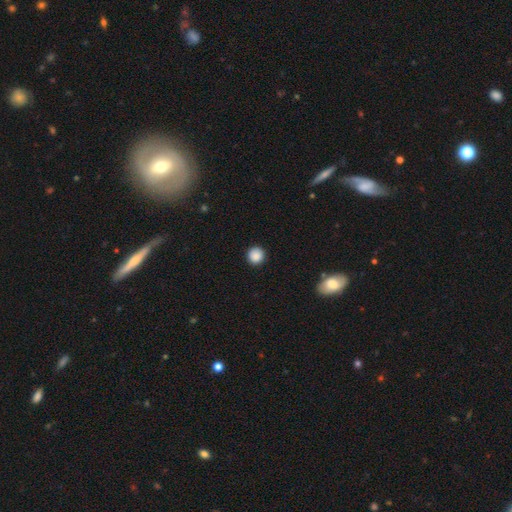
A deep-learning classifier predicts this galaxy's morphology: smooth-or-featured: smooth: 88% | star or artifact: 9% | featured or disk: 3%
  how-rounded: round: 95% | in between: 4% | cigar-shaped: 1%
  merging: none: 92% | minor disturbance: 5% | major disturbance: 2% | merger: 1%